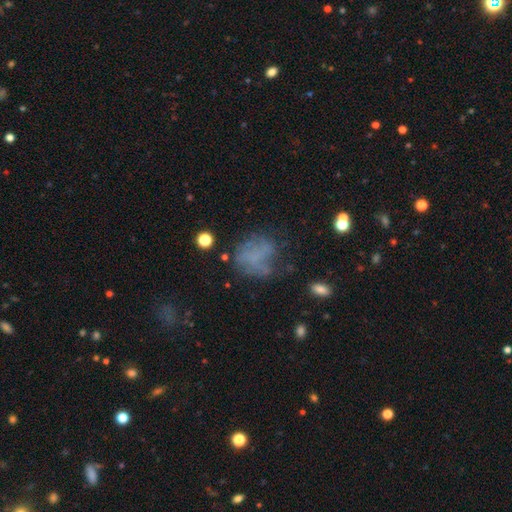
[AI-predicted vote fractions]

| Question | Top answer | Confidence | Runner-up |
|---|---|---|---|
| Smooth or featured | smooth | 43% | featured or disk (38%) |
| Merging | none | 47% | major disturbance (25%) |